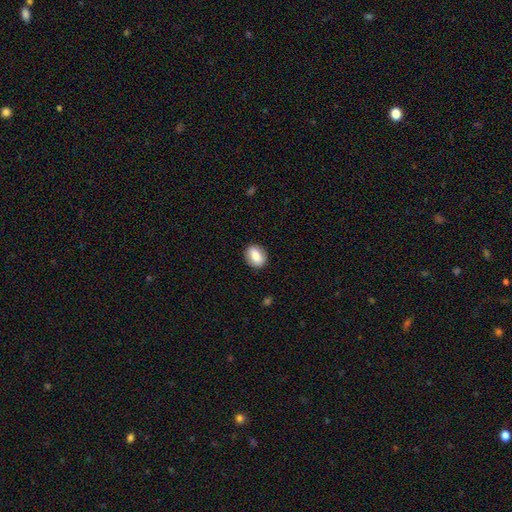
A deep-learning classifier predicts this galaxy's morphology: Smooth or featured?
  - smooth: 80% *
  - featured or disk: 13%
  - star or artifact: 7%
How rounded?
  - in between: 61% *
  - round: 37%
  - cigar-shaped: 2%
Merging?
  - none: 89% *
  - minor disturbance: 8%
  - major disturbance: 2%
  - merger: 1%